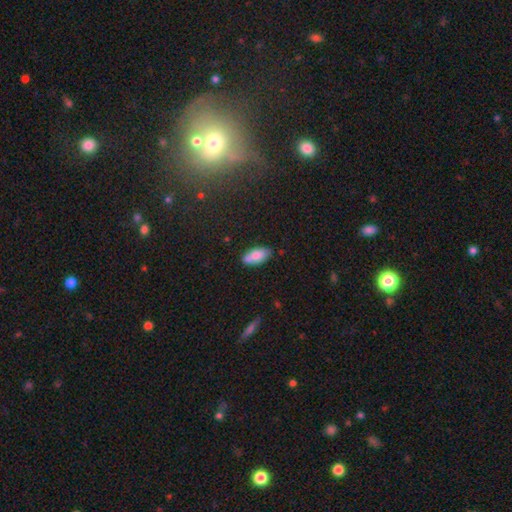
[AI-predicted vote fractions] Q: Smooth or featured?
A: smooth (81%); runner-up: featured or disk (12%)
Q: How rounded?
A: in between (86%); runner-up: cigar-shaped (12%)
Q: Merging?
A: none (71%); runner-up: minor disturbance (20%)